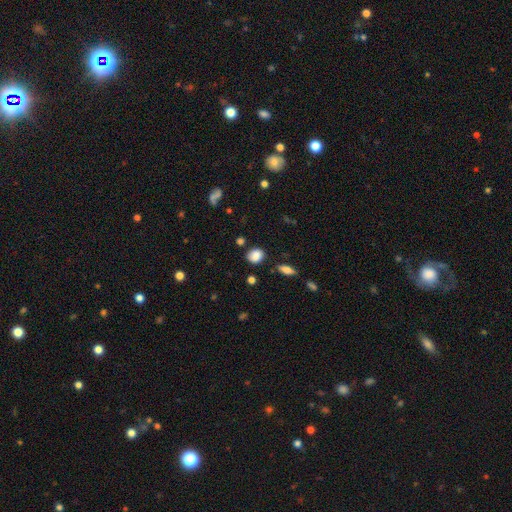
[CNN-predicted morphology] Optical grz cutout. It shows a smooth galaxy with no disk features (83%) that is round (65%). Merging: none (76%).